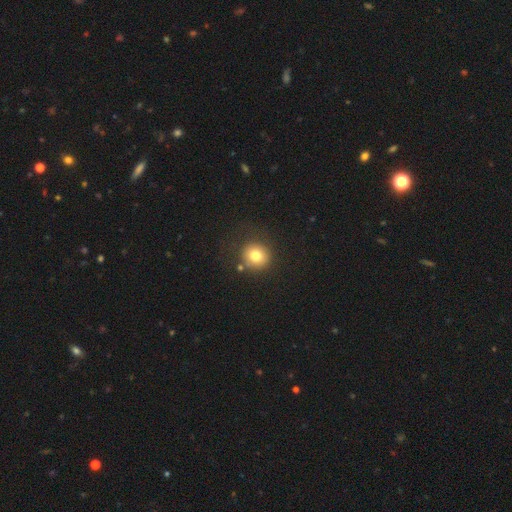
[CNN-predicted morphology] smooth-or-featured: smooth: 77% | star or artifact: 12% | featured or disk: 11%
  how-rounded: round: 91% | in between: 8% | cigar-shaped: 1%
  merging: none: 78% | minor disturbance: 11% | merger: 5% | major disturbance: 5%